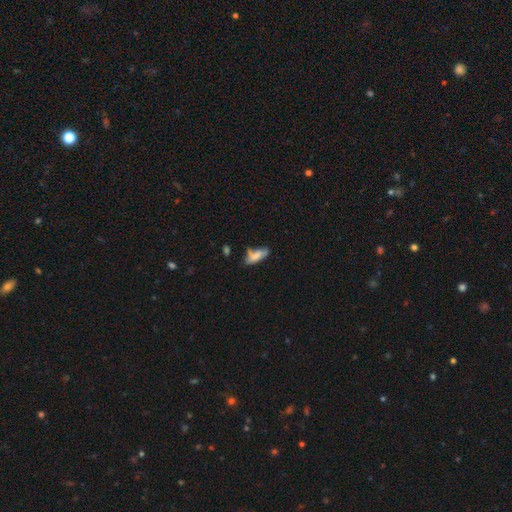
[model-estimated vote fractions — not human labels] Smooth or featured? Predicted: smooth (p=0.71). How rounded? Predicted: in between (p=0.65). Merging? Predicted: none (p=0.45).